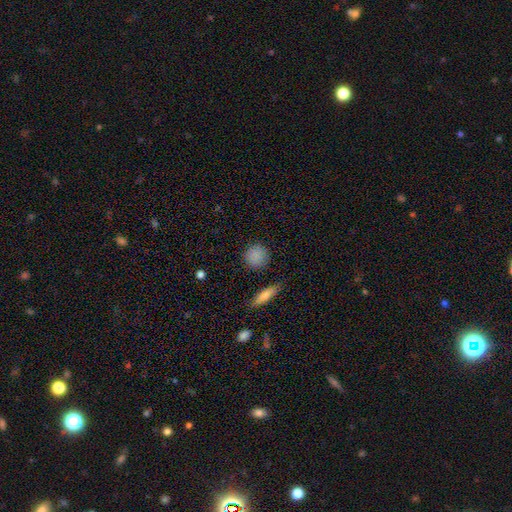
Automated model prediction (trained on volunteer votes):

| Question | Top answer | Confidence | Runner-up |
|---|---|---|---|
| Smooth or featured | smooth | 86% | star or artifact (9%) |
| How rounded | round | 88% | in between (9%) |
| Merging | none | 87% | minor disturbance (8%) |